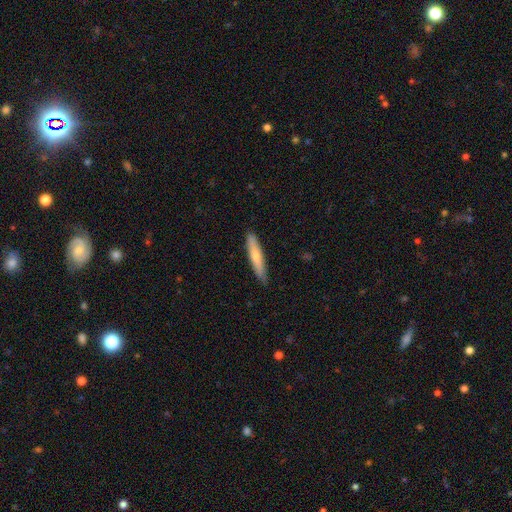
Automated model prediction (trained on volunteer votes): Q: Smooth or featured?
A: smooth (67%); runner-up: featured or disk (28%)
Q: How rounded?
A: cigar-shaped (90%); runner-up: in between (8%)
Q: Merging?
A: none (85%); runner-up: minor disturbance (12%)